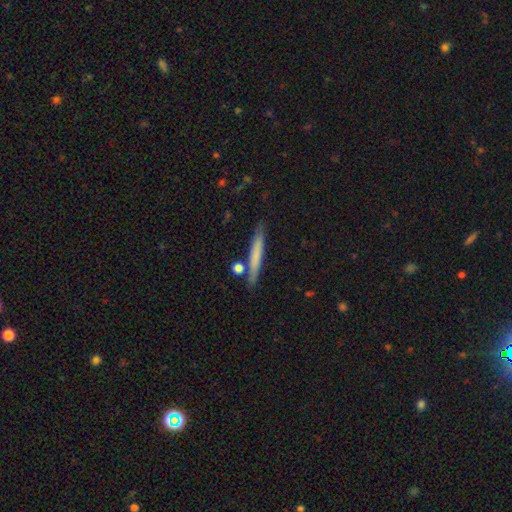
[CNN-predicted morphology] The model was most divided on "smooth or featured": smooth: 65%, featured or disk: 29%, star or artifact: 6%. More confident: how rounded — cigar-shaped (95%); merging — none (81%).